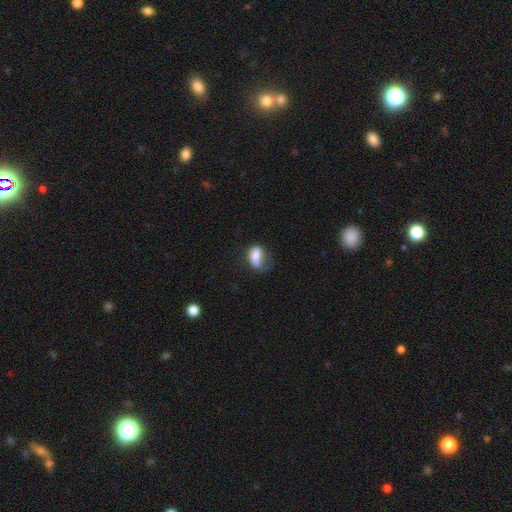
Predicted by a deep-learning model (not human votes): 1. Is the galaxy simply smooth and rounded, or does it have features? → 73% smooth, 19% featured or disk, 8% star or artifact.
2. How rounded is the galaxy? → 85% in between, 12% round, 3% cigar-shaped.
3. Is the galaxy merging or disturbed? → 36% major disturbance, 31% minor disturbance, 28% none, 5% merger.